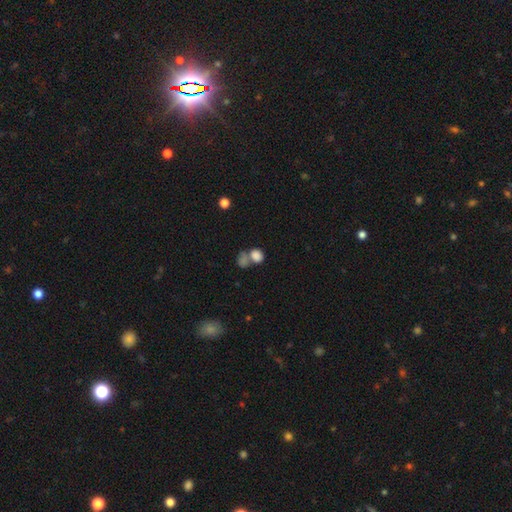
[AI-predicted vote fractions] smooth_or_featured: smooth (p=0.82) [alt: star or artifact p=0.10]
how_rounded: round (p=0.52) [alt: in between p=0.47]
merging: merger (p=0.53) [alt: none p=0.32]